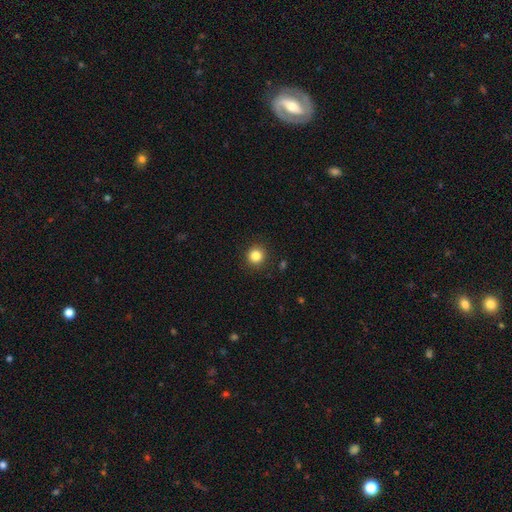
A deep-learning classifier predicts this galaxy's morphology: This is clearly a smooth galaxy (84%). How rounded: clearly round (94%). Merging: clearly none (91%).